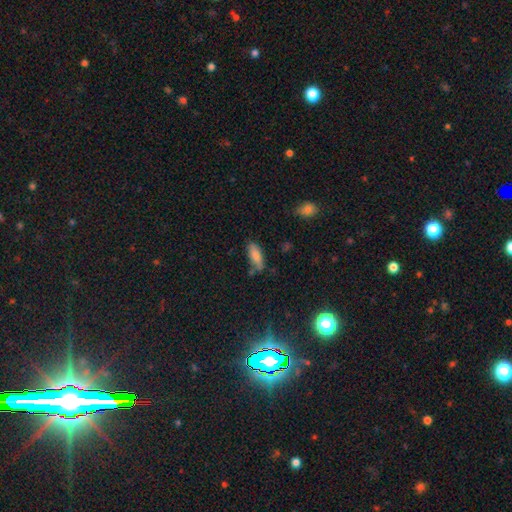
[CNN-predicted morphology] smooth-or-featured: smooth: 81% | featured or disk: 11% | star or artifact: 8%
  how-rounded: in between: 70% | cigar-shaped: 28% | round: 2%
  merging: none: 67% | minor disturbance: 21% | merger: 7% | major disturbance: 4%